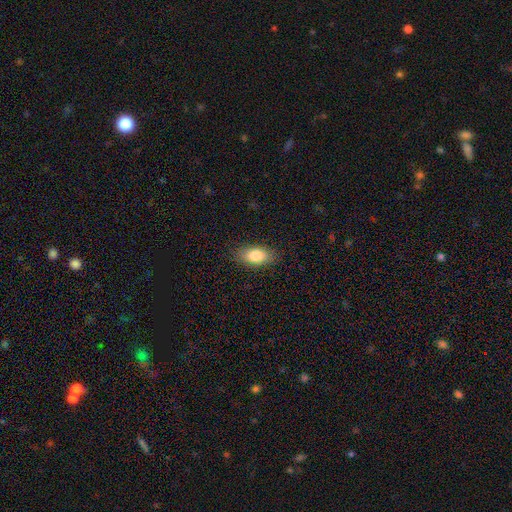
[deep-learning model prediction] Overall: smooth (84%). How rounded: in between (89%). Merging: none (85%).